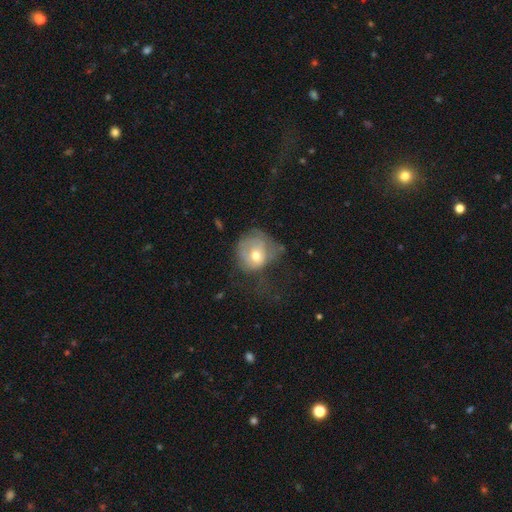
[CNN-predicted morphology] Overall: smooth (58%; featured or disk 33%). How rounded: round (72%). Merging: major disturbance (38%; none 30%).